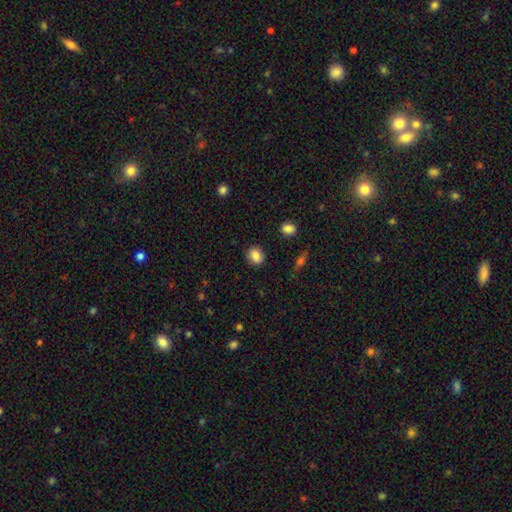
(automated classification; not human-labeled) smooth-or-featured: smooth: 86% | star or artifact: 9% | featured or disk: 5%
  how-rounded: round: 54% | in between: 45% | cigar-shaped: 1%
  merging: none: 87% | minor disturbance: 9% | major disturbance: 3% | merger: 2%